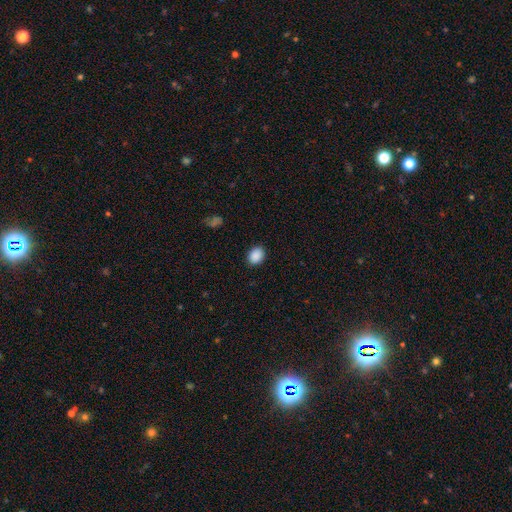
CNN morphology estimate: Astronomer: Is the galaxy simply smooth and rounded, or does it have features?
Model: smooth — 89%.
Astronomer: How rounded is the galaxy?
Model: in between — 63%.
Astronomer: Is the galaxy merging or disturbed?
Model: none — 89%.